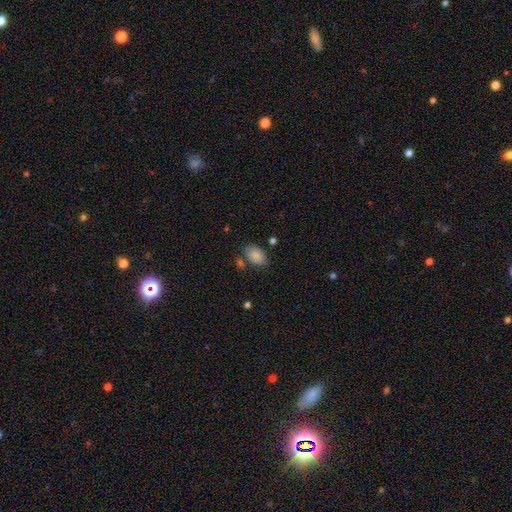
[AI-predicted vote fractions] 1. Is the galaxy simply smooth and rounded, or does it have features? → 86% smooth, 8% star or artifact, 6% featured or disk.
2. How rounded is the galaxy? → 86% in between, 13% round, 1% cigar-shaped.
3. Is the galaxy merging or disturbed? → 69% none, 17% minor disturbance, 9% merger, 5% major disturbance.